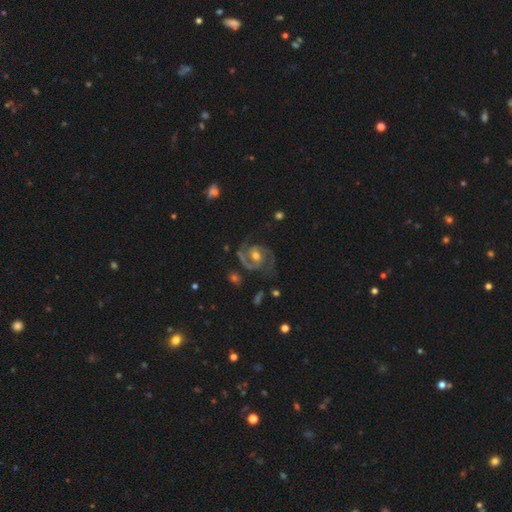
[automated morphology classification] A featured or disk galaxy (91%) with no bar (49%), 2 (91%) medium (55%) spiral arms (98%) and a moderate central bulge (73%). Merging: none (75%).